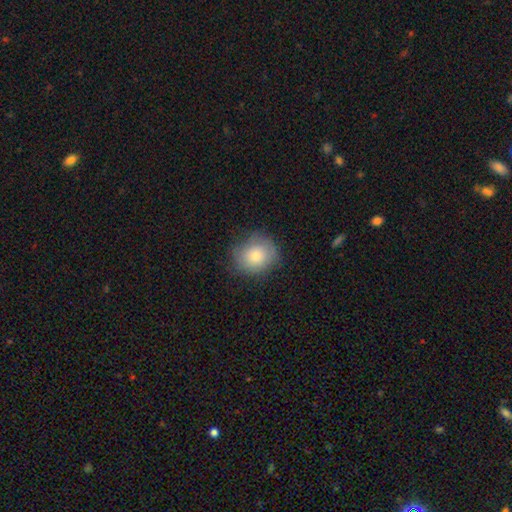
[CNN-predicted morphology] Smooth or featured? Predicted: smooth (p=0.79). How rounded? Predicted: round (p=0.84). Merging? Predicted: none (p=0.75).